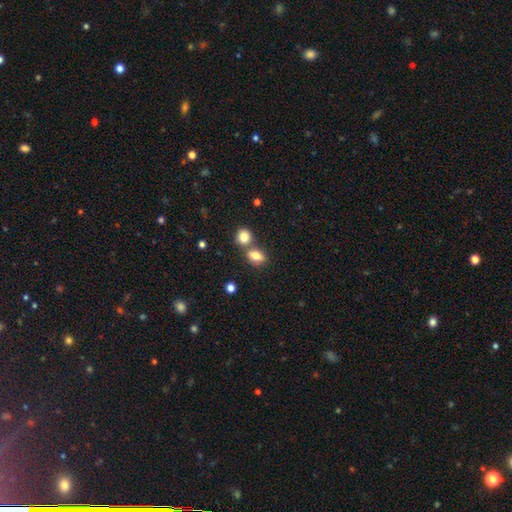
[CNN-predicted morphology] type=smooth (79%); roundness=in between (74%); merging=none (50%).